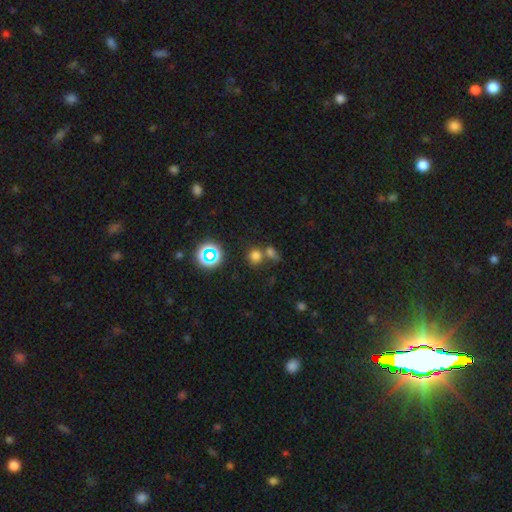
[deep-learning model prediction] A smooth galaxy with no disk features (70%) that is round (83%).

Vote fractions:
- Smooth or featured? smooth: 70% / star or artifact: 22% / featured or disk: 8%
- How rounded? round: 83% / in between: 16% / cigar-shaped: 2%
- Merging? none: 55% / merger: 33% / minor disturbance: 8% / major disturbance: 4%